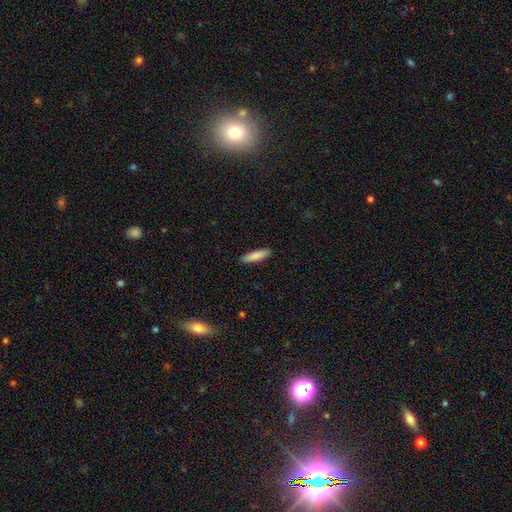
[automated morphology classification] smooth-or-featured: smooth: 87% | featured or disk: 8% | star or artifact: 6%
  how-rounded: cigar-shaped: 71% | in between: 27% | round: 1%
  merging: none: 90% | minor disturbance: 7% | major disturbance: 2% | merger: 1%